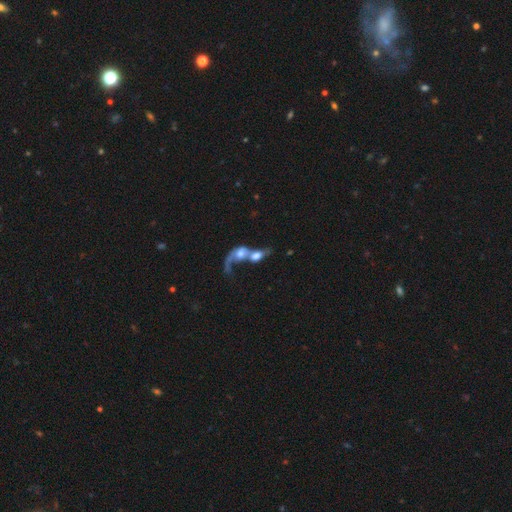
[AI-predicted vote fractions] Smooth or featured? Predicted: featured or disk (p=0.48). Merging? Predicted: merger (p=0.82).